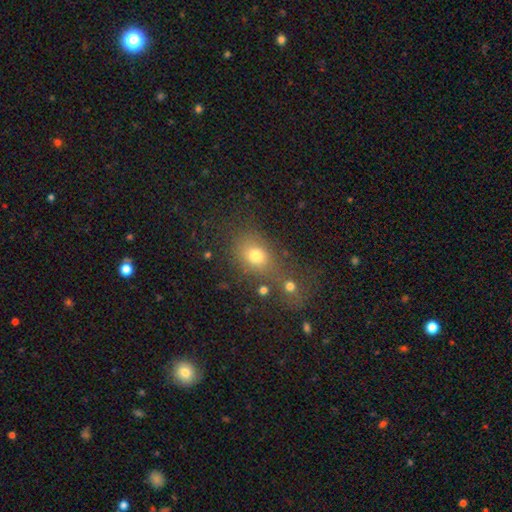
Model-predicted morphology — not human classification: The model was most divided on "how rounded": in between: 50%, round: 48%, cigar-shaped: 2%. Remaining: smooth or featured — smooth (72%); merging — none (48%).